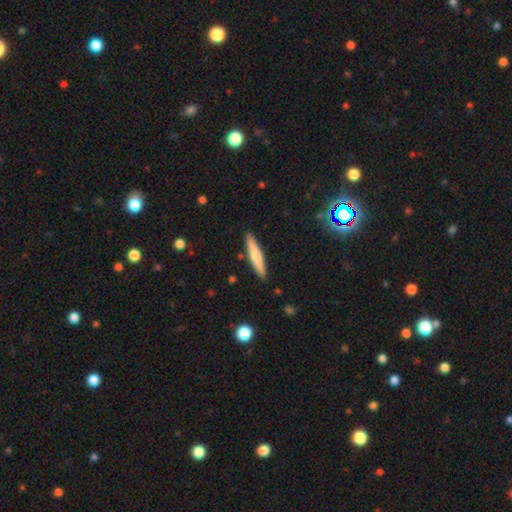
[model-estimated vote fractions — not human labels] smooth_or_featured: smooth (p=0.57) [alt: featured or disk p=0.38]
how_rounded: cigar-shaped (p=0.90) [alt: in between p=0.09]
merging: none (p=0.89) [alt: minor disturbance p=0.08]